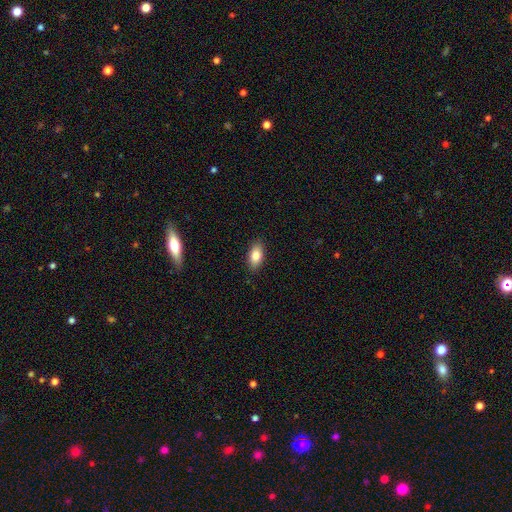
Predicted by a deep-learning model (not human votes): A smooth galaxy with no disk features (82%) that is in between round and cigar-shaped (89%).

Vote fractions:
- Smooth or featured? smooth: 82% / featured or disk: 11% / star or artifact: 7%
- How rounded? in between: 89% / cigar-shaped: 6% / round: 4%
- Merging? none: 88% / minor disturbance: 9% / major disturbance: 2% / merger: 1%